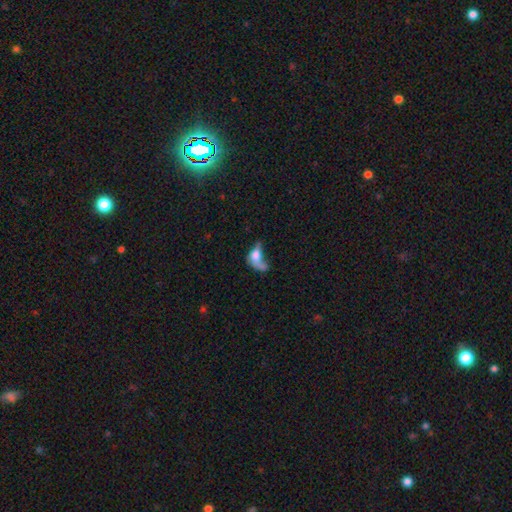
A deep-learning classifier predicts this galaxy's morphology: smooth-or-featured: smooth: 52% | featured or disk: 36% | star or artifact: 11%
  how-rounded: in between: 75% | round: 16% | cigar-shaped: 9%
  merging: major disturbance: 47% | merger: 23% | none: 17% | minor disturbance: 13%